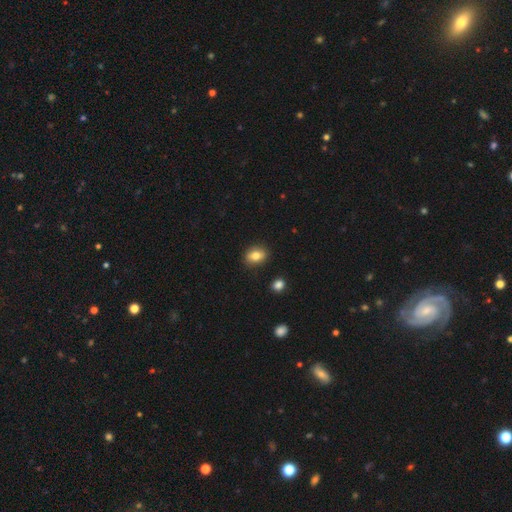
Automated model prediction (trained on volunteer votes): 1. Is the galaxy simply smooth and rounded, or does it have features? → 81% smooth, 10% featured or disk, 9% star or artifact.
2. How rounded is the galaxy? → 64% in between, 34% round, 1% cigar-shaped.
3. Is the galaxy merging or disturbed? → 86% none, 10% minor disturbance, 2% major disturbance, 2% merger.